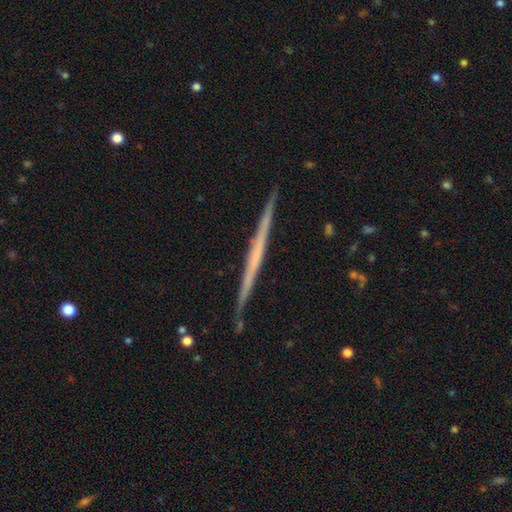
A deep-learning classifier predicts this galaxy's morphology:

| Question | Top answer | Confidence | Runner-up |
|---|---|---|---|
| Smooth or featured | featured or disk | 70% | smooth (25%) |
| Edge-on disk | yes | 98% | no (2%) |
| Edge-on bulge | none | 84% | rounded (10%) |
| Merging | none | 91% | minor disturbance (6%) |